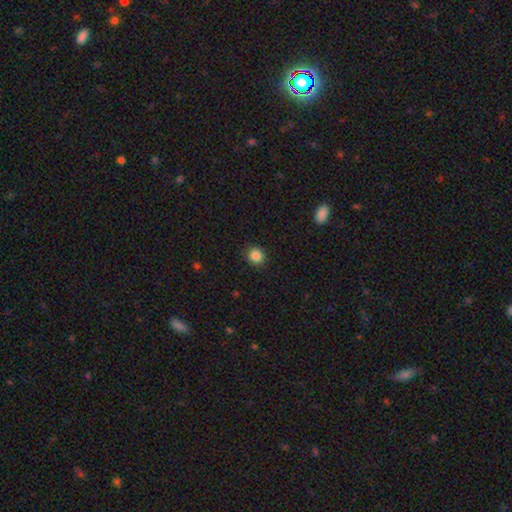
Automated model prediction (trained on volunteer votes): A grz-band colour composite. It shows a smooth galaxy with no disk features (87%) that is round (83%). Merging: none (90%).